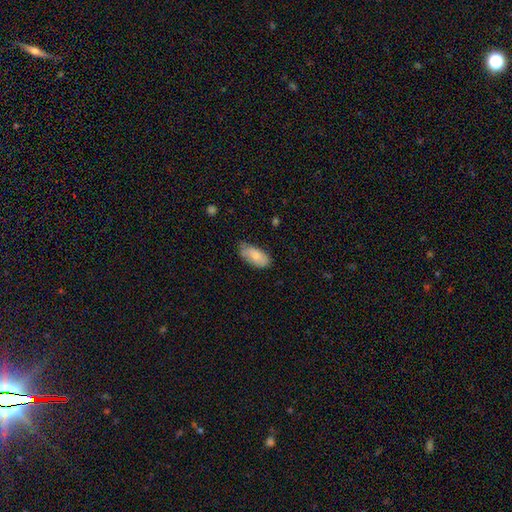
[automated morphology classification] Smooth or featured?
  - smooth: 82% *
  - featured or disk: 12%
  - star or artifact: 6%
How rounded?
  - in between: 92% *
  - cigar-shaped: 6%
  - round: 2%
Merging?
  - none: 63% *
  - minor disturbance: 30%
  - major disturbance: 5%
  - merger: 2%